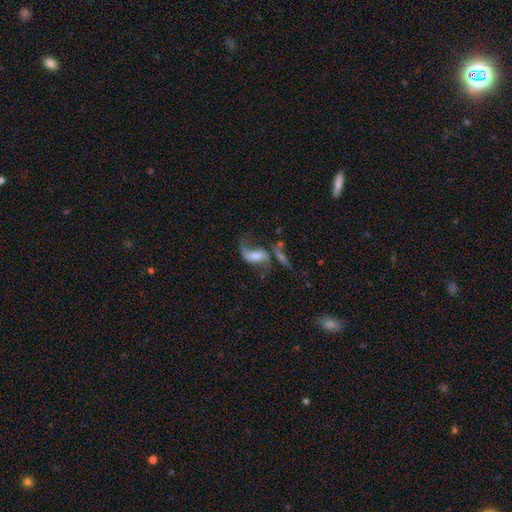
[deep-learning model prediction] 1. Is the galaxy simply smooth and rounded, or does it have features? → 76% featured or disk, 15% smooth, 9% star or artifact.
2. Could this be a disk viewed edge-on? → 94% no, 6% yes.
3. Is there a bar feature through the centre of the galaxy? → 43% no, 38% weak, 19% strong.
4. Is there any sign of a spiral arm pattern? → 89% yes, 11% no.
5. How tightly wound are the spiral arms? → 82% loose, 14% medium, 3% tight.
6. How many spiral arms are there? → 82% 2, 12% 1, 3% can't tell, 1% 3, 1% 4, 1% more than 4.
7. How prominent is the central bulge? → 54% moderate, 27% small, 11% large, 6% none, 2% dominant.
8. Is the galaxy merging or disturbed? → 44% none, 22% major disturbance, 17% merger, 16% minor disturbance.